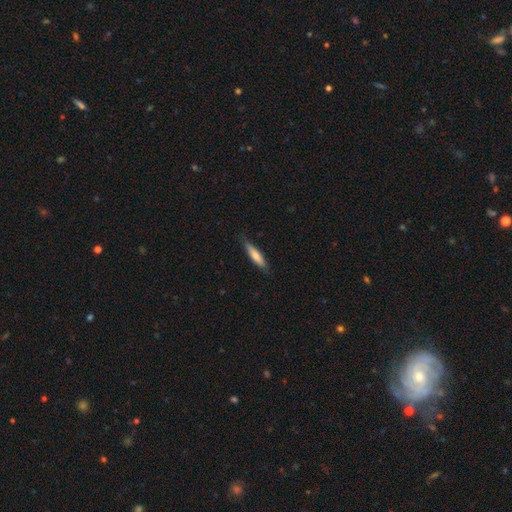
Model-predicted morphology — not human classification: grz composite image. It shows a smooth galaxy with no disk features (69%) that is cigar-shaped (82%). Merging: none (83%).